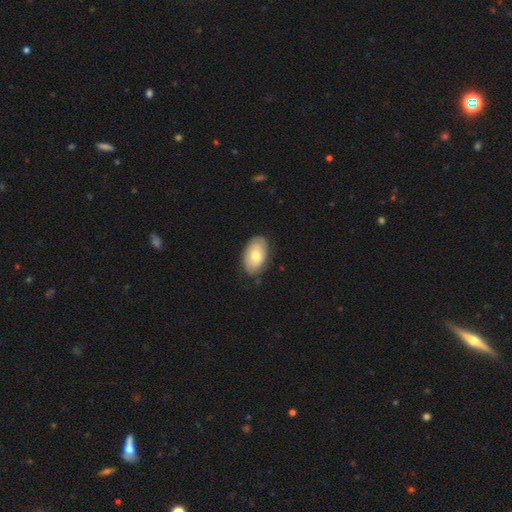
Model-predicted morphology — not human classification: Overall: smooth (60%; featured or disk 34%). How rounded: in between (92%). Merging: none (78%).